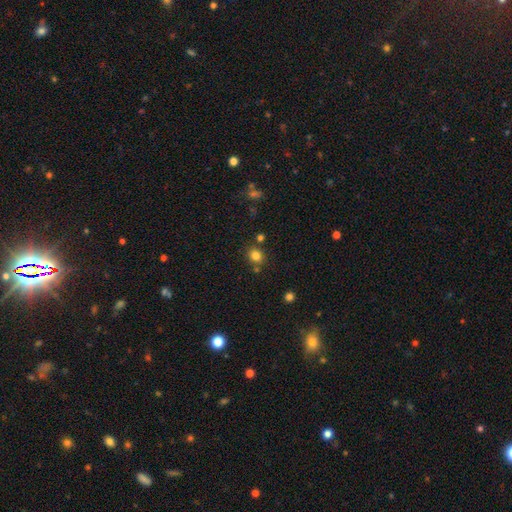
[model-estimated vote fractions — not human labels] smooth_or_featured: smooth (p=0.81) [alt: star or artifact p=0.14]
how_rounded: round (p=0.77) [alt: in between p=0.22]
merging: none (p=0.77) [alt: minor disturbance p=0.10]